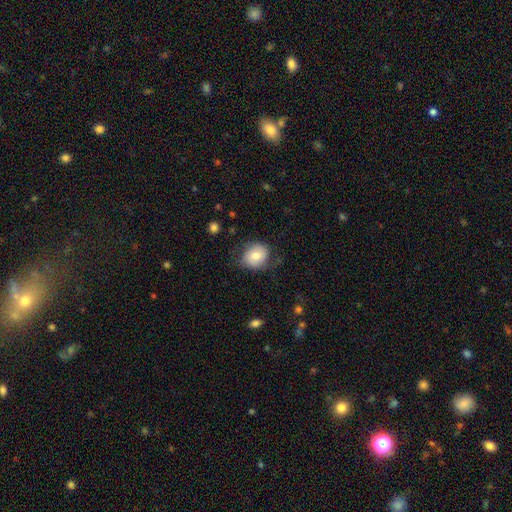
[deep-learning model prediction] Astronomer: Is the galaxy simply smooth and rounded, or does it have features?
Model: smooth — 72%.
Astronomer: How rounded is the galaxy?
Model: round — 62%.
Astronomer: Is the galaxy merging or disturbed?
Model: none — 67%.